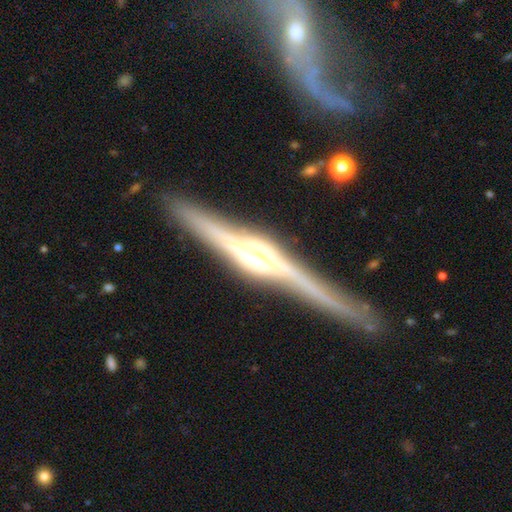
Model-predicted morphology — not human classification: The model was most divided on "edge-on bulge": rounded: 66%, boxy: 29%, none: 6%. More confident: edge-on disk — yes (97%); smooth or featured — featured or disk (88%); merging — none (84%).